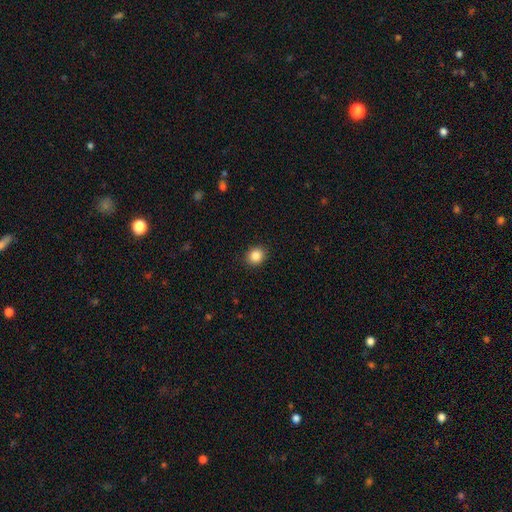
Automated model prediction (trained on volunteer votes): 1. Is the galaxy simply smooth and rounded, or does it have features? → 86% smooth, 10% star or artifact, 4% featured or disk.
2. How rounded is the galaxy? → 72% round, 27% in between, 1% cigar-shaped.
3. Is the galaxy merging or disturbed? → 91% none, 6% minor disturbance, 2% major disturbance, 1% merger.